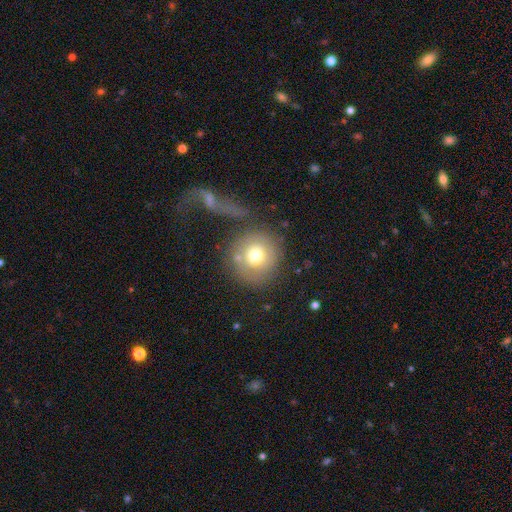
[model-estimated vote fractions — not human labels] Morphology: type=smooth (68%); roundness=round (93%); merging=none (66%).